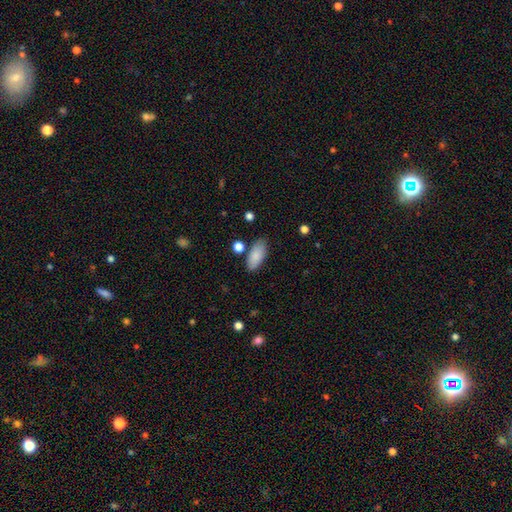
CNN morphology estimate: smooth 85%, featured or disk 8%, star or artifact 7%. Down the decision tree: how rounded — in between (89%); merging — none (78%).